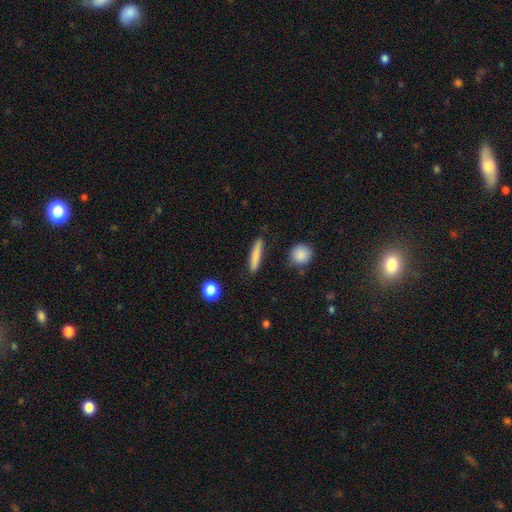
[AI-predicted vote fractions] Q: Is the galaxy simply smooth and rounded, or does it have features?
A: smooth — 81%.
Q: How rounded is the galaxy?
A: cigar-shaped — 88%.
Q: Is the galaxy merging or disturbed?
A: none — 88%.